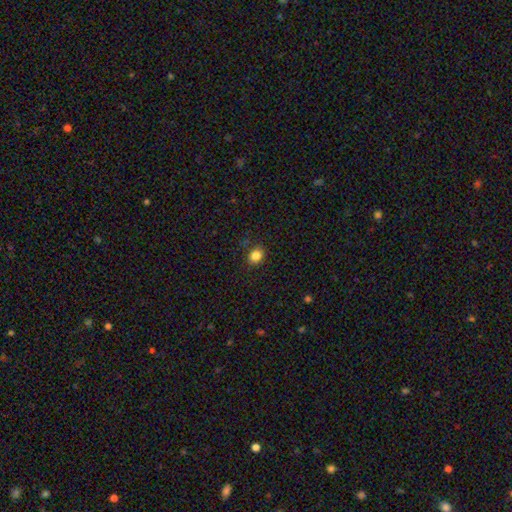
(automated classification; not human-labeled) A smooth galaxy with no disk features (84%) that is round (52%). Merging: none (85%).